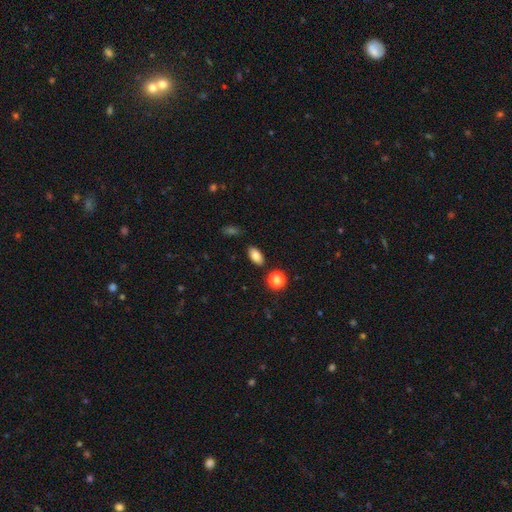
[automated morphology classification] smooth 82%, star or artifact 10%, featured or disk 8%. Down the decision tree: how rounded — in between (90%); merging — none (85%).